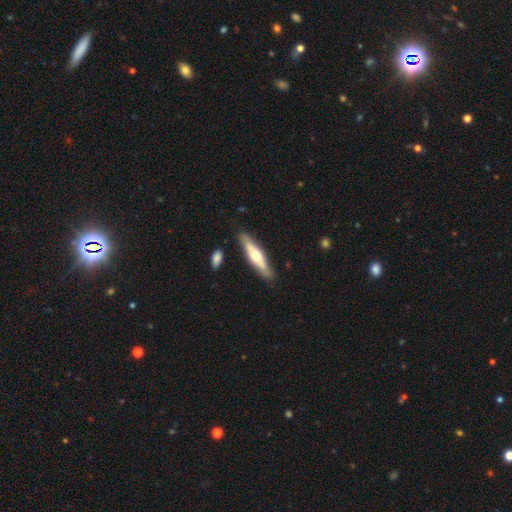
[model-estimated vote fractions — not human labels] Q: Smooth or featured?
A: featured or disk (57%); runner-up: smooth (38%)
Q: Edge-on disk?
A: yes (87%); runner-up: no (13%)
Q: Merging?
A: none (85%); runner-up: minor disturbance (10%)